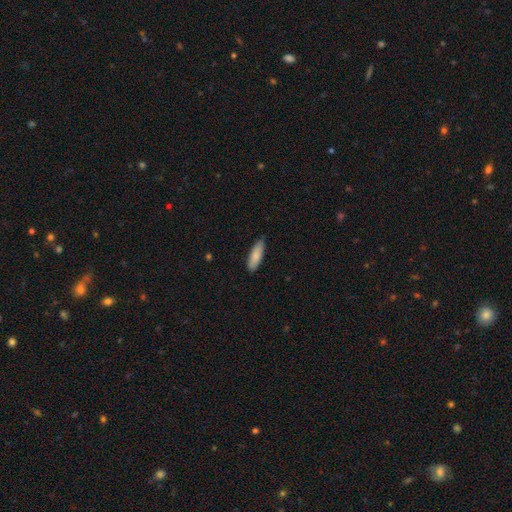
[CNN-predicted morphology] Smooth or featured? Predicted: smooth (p=0.85). How rounded? Predicted: cigar-shaped (p=0.50). Merging? Predicted: none (p=0.84).